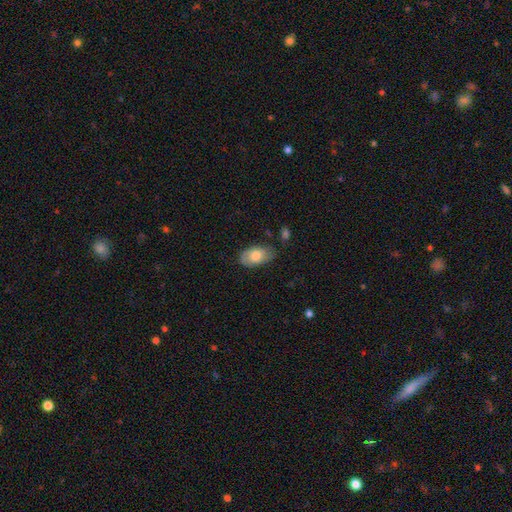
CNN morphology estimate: Smooth or featured? smooth (70%)
How rounded? in between (93%)
Merging? none (67%)